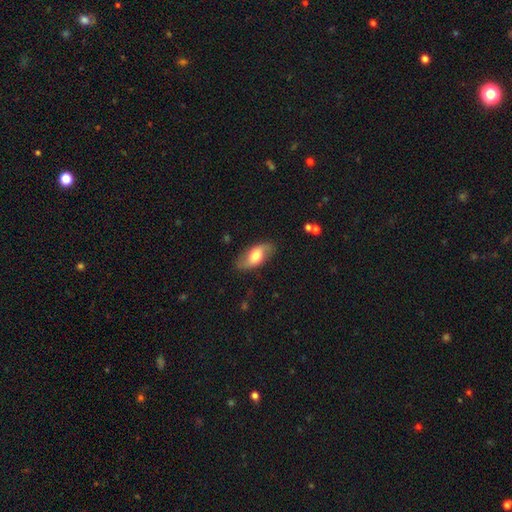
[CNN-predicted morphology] Smooth or featured: smooth — 51% (featured or disk — 43%)
How rounded: in between — 88% (cigar-shaped — 8%)
Merging: none — 83% (minor disturbance — 13%)